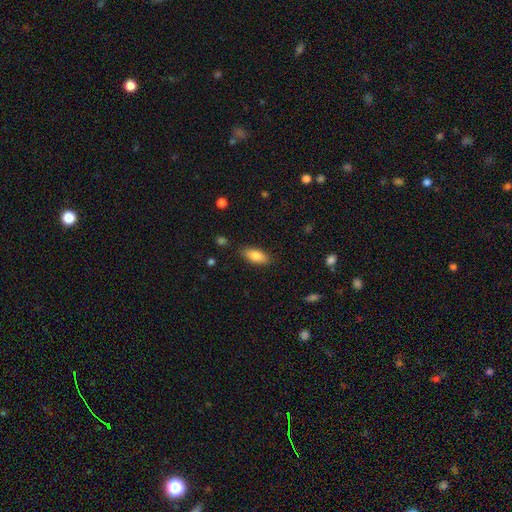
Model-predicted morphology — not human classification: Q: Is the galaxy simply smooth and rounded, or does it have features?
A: smooth — 83%.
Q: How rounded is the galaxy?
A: in between — 84%.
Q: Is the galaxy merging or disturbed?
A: none — 85%.